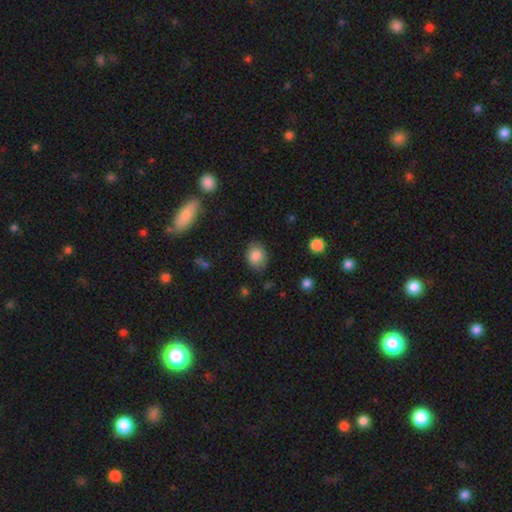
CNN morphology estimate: This is clearly a smooth galaxy (84%). How rounded: likely in between (66%). Merging: likely none (80%).